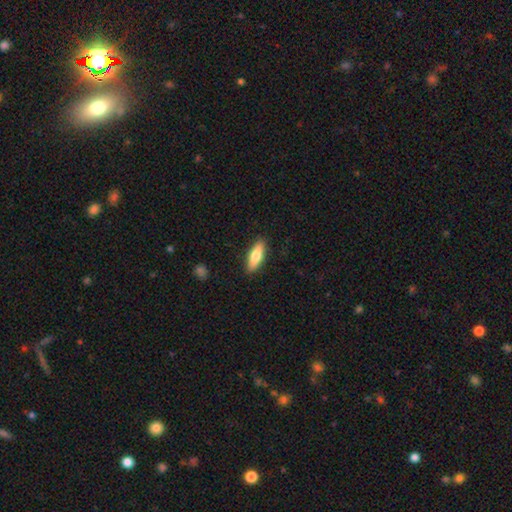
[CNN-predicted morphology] This appears to be a smooth galaxy with no disk features (72%) that is in between round and cigar-shaped (54%). Merging: none (89%).